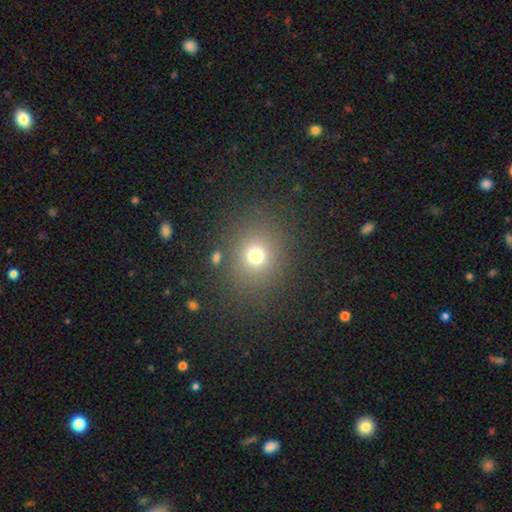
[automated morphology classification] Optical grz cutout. It shows a smooth galaxy with no disk features (72%) that is round (78%). Merging: none (83%).